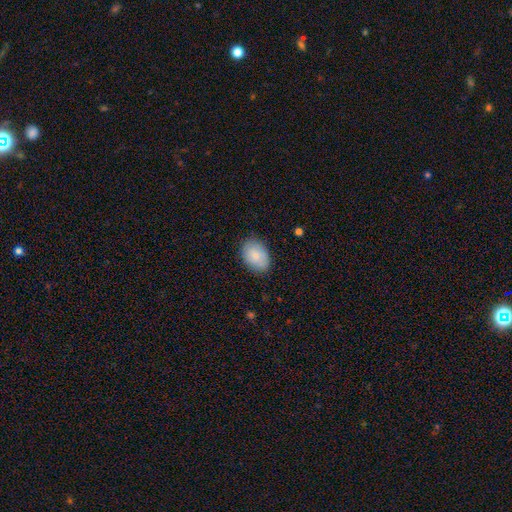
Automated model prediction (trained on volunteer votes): A smooth galaxy with no disk features (85%) that is in between round and cigar-shaped (84%). Merging: none (83%).